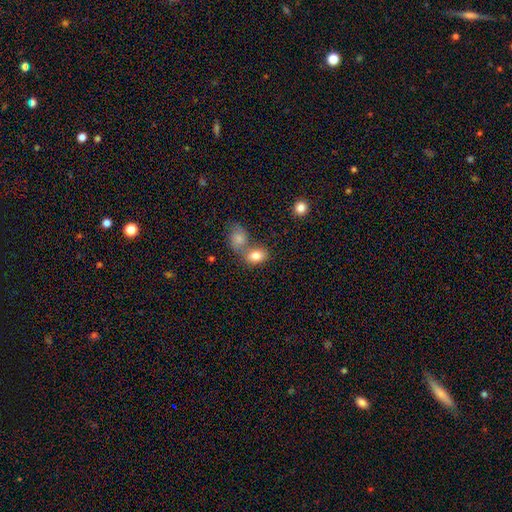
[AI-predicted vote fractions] Smooth or featured? Predicted: smooth (p=0.82). How rounded? Predicted: in between (p=0.75). Merging? Predicted: merger (p=0.46).